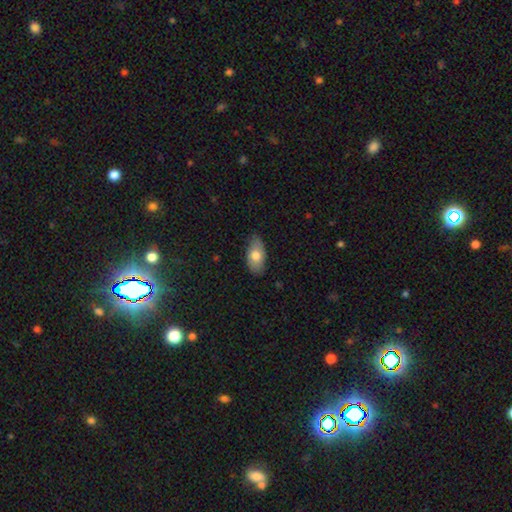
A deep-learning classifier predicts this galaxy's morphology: A smooth galaxy with no disk features (73%) that is in between round and cigar-shaped (92%). Merging: none (76%).